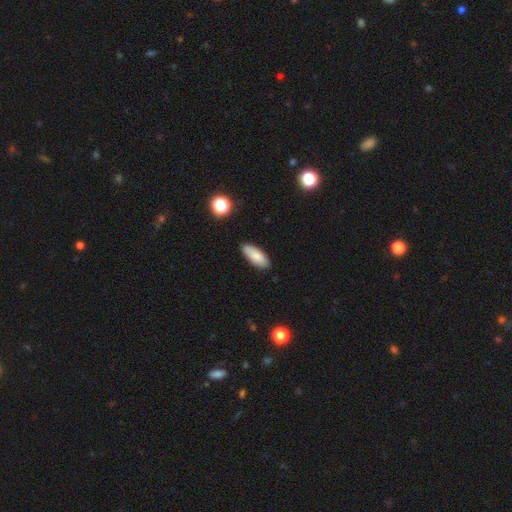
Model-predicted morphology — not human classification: Smooth or featured: smooth — 85% (featured or disk — 8%)
How rounded: in between — 79% (cigar-shaped — 19%)
Merging: none — 87% (minor disturbance — 10%)